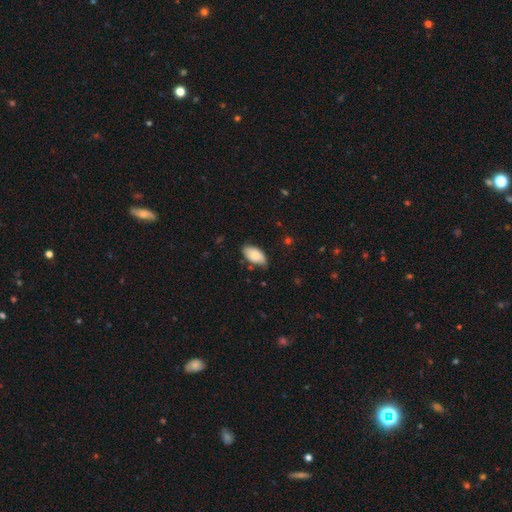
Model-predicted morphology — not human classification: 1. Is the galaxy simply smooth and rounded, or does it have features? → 85% smooth, 9% featured or disk, 6% star or artifact.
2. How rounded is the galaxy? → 95% in between, 3% round, 3% cigar-shaped.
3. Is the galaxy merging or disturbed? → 70% none, 24% minor disturbance, 4% major disturbance, 2% merger.